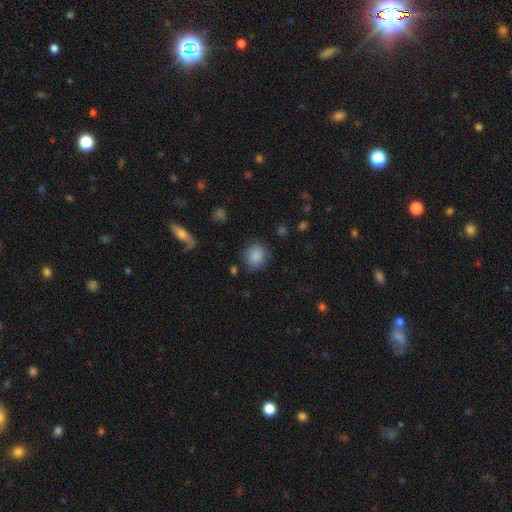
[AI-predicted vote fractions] Overall: smooth (86%). How rounded: round (87%). Merging: none (84%).